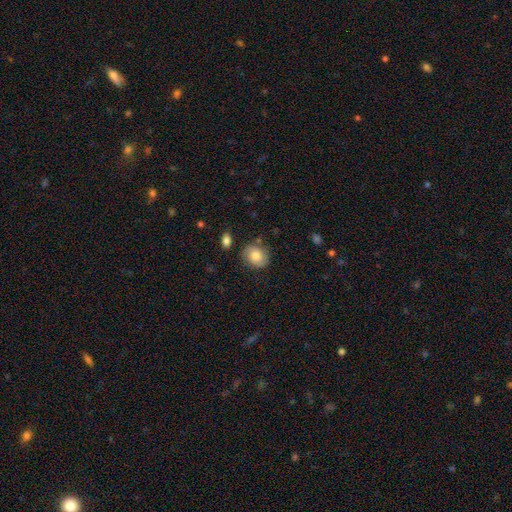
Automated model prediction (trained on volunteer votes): This is likely a smooth galaxy (74%). How rounded: likely round (62%). Merging: likely none (77%).